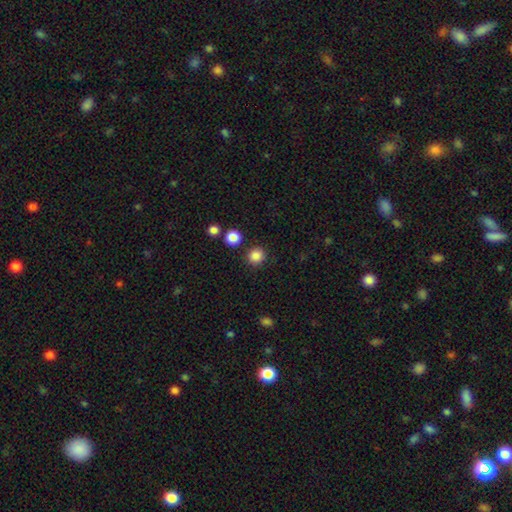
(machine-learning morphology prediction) type=smooth (85%); roundness=round (88%); merging=none (84%).